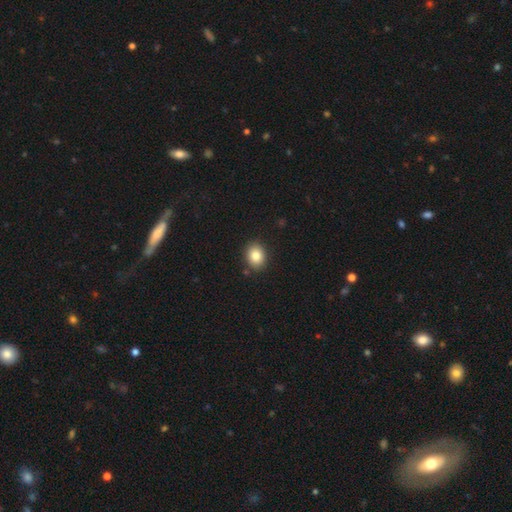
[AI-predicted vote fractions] Overall: smooth (84%). How rounded: round (50%; in between 49%). Merging: none (88%).